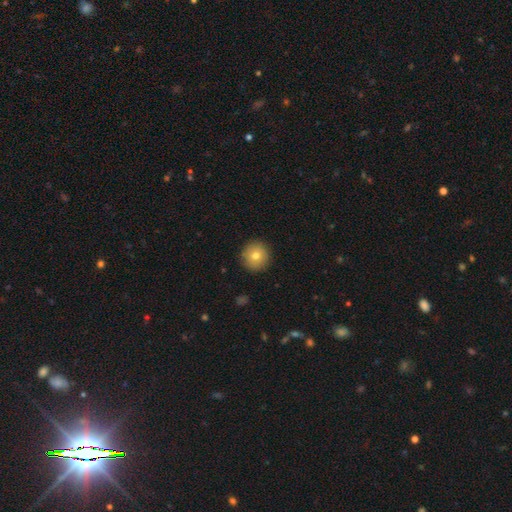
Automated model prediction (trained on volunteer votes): Morphology: type=smooth (77%); roundness=round (94%); merging=none (92%).